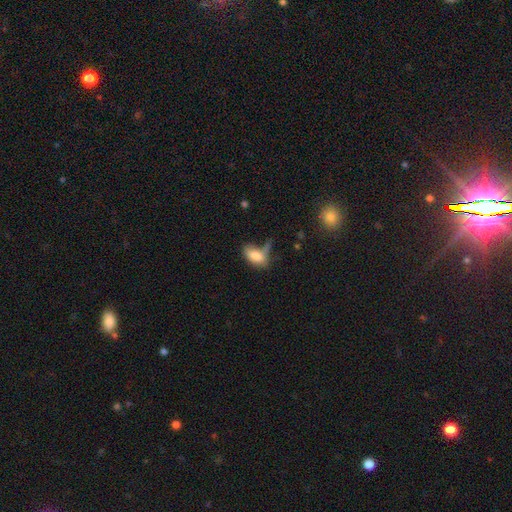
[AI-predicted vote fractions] A smooth galaxy with no disk features (79%) that is in between round and cigar-shaped (90%). Merging: none (38%).